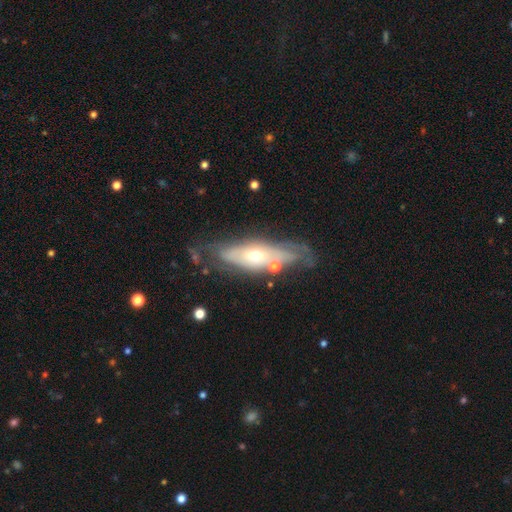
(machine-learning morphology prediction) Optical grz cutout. It shows a featured or disk galaxy (69%) with no bar (84%), spiral arms (56%) and a moderate central bulge (57%). Merging: none (56%).